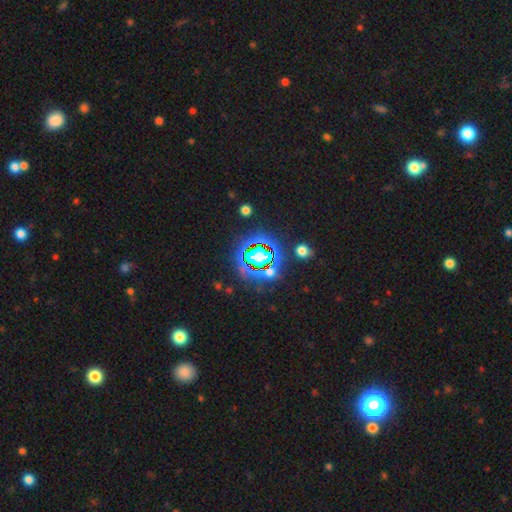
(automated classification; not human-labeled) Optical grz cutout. It shows a star or artifact, not a galaxy (66%).